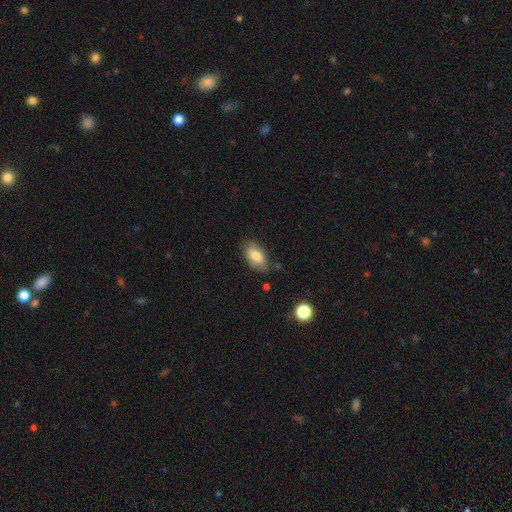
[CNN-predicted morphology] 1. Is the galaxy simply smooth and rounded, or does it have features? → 80% smooth, 13% featured or disk, 7% star or artifact.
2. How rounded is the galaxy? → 91% in between, 6% cigar-shaped, 4% round.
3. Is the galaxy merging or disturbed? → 76% none, 18% minor disturbance, 4% major disturbance, 3% merger.